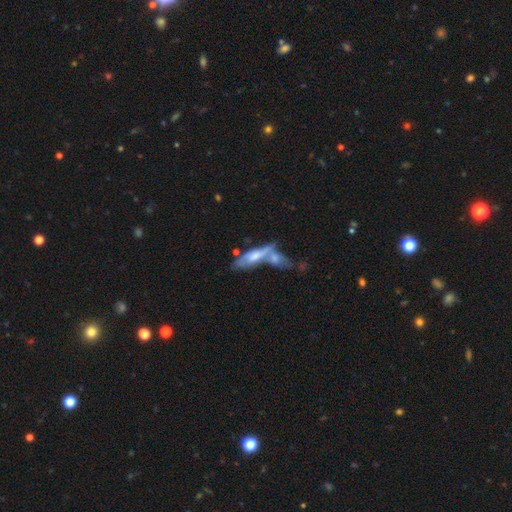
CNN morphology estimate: The model was most divided on "how rounded": cigar-shaped: 53%, in between: 45%, round: 2%. More confident: merging — merger (56%); smooth or featured — smooth (51%).